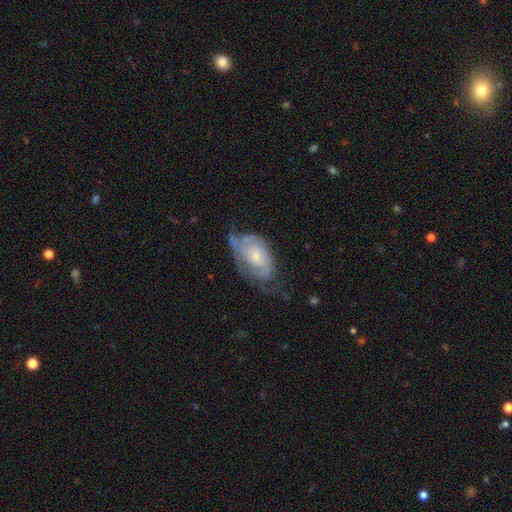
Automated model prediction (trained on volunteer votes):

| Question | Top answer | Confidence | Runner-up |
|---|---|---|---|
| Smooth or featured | featured or disk | 76% | smooth (18%) |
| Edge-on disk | no | 96% | yes (4%) |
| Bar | no | 70% | weak (25%) |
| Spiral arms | yes | 89% | no (11%) |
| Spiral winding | tight | 54% | medium (33%) |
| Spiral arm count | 2 | 41% | can't tell (35%) |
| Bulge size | small | 52% | moderate (38%) |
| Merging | none | 47% | minor disturbance (29%) |